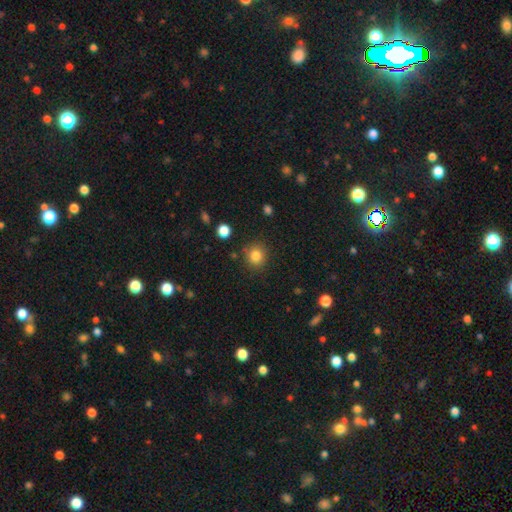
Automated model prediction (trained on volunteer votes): Morphology: type=smooth (83%); roundness=round (86%); merging=none (85%).